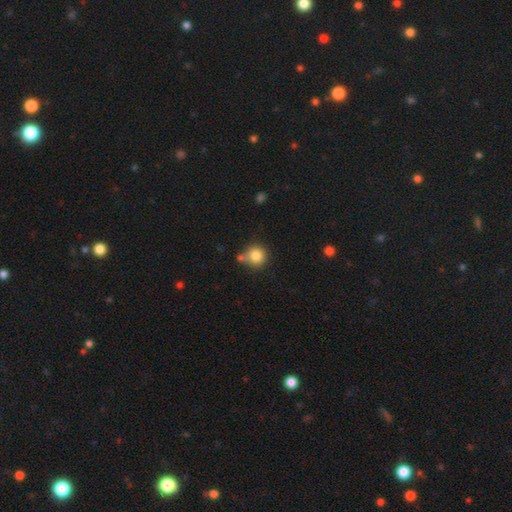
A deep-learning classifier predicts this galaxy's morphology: smooth 83%, star or artifact 10%, featured or disk 7%. Down the decision tree: how rounded — round (91%); merging — none (65%).